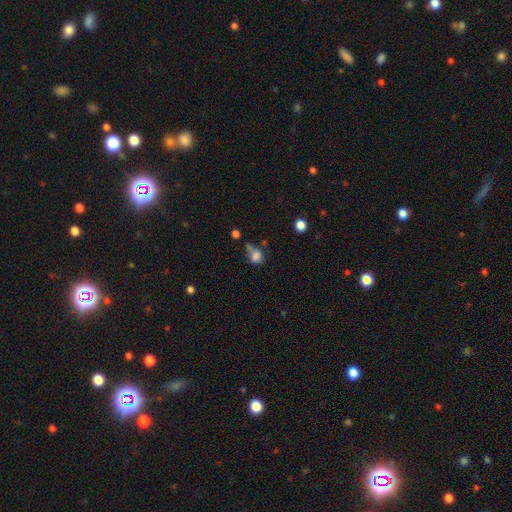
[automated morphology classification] Smooth or featured? smooth (77%)
How rounded? round (57%)
Merging? none (37%)